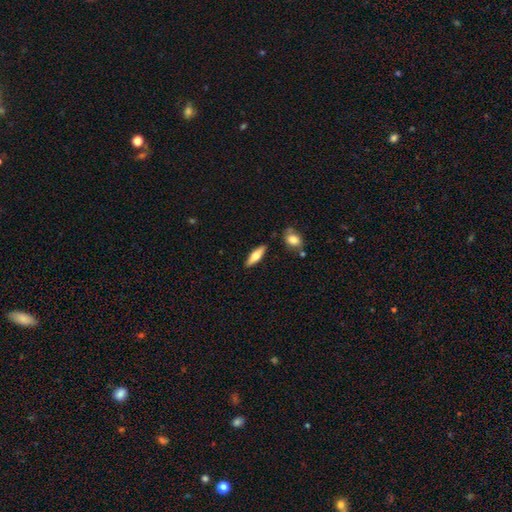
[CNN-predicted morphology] This is possibly a smooth galaxy (57%). How rounded: possibly cigar-shaped (59%). Merging: clearly none (85%).